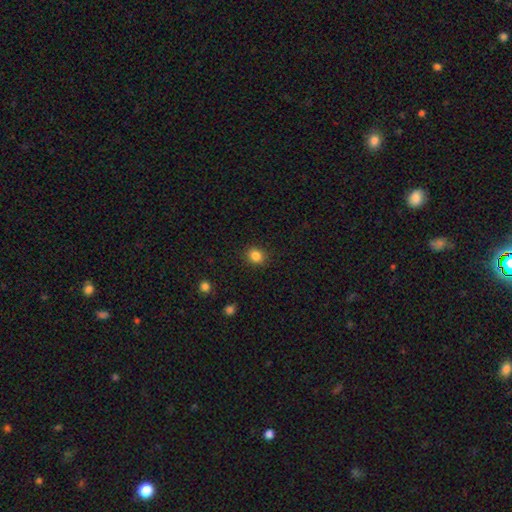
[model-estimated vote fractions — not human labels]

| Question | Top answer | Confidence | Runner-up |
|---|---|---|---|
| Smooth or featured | smooth | 84% | star or artifact (11%) |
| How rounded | round | 71% | in between (28%) |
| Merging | none | 89% | minor disturbance (7%) |